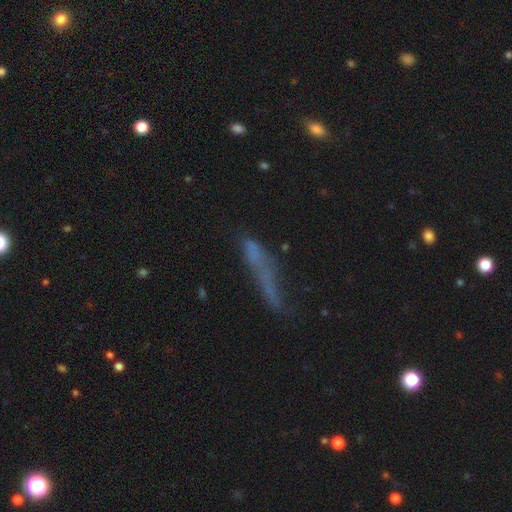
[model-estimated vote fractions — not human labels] A smooth galaxy with no disk features (53%) that is cigar-shaped (78%). Merging: none (43%).